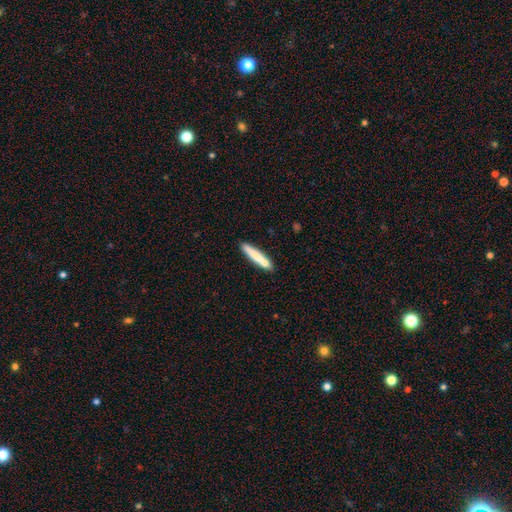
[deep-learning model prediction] Overall: smooth (76%). How rounded: cigar-shaped (92%). Merging: none (77%).